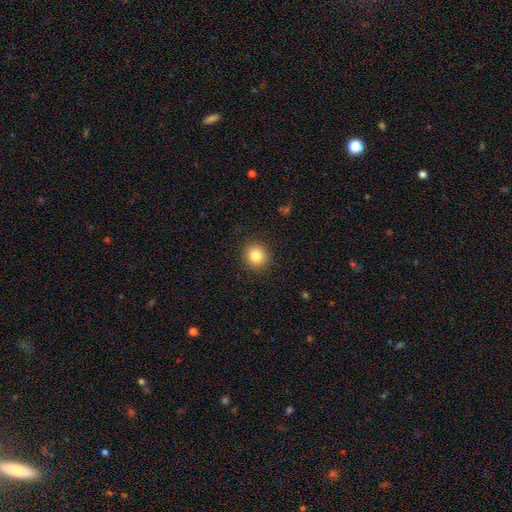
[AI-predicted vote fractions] A smooth galaxy with no disk features (84%) that is round (91%).

Vote fractions:
- Smooth or featured? smooth: 84% / star or artifact: 10% / featured or disk: 6%
- How rounded? round: 91% / in between: 8% / cigar-shaped: 1%
- Merging? none: 91% / minor disturbance: 6% / major disturbance: 2% / merger: 1%